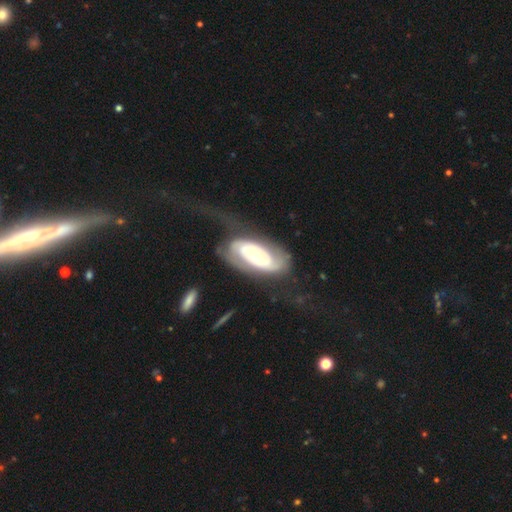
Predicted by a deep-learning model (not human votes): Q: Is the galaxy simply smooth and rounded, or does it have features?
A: featured or disk — 80%.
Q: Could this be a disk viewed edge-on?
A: no — 94%.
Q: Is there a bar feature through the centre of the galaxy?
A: no — 75%.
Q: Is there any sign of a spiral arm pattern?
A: yes — 78%.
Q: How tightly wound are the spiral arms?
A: tight — 52%.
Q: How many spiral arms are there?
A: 2 — 62%.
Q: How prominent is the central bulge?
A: moderate — 64%.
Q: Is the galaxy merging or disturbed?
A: none — 46%.